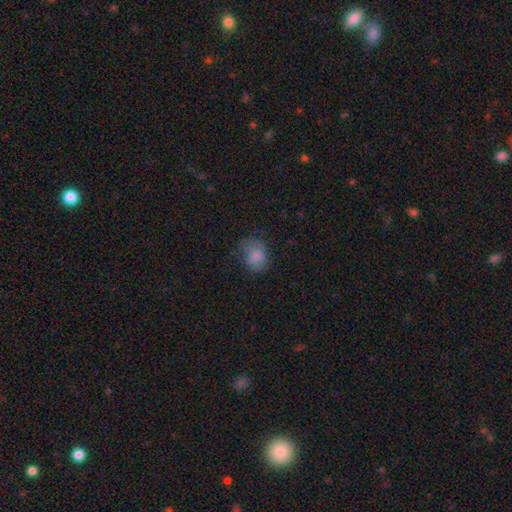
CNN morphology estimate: Q: Smooth or featured?
A: smooth (77%); runner-up: featured or disk (14%)
Q: How rounded?
A: in between (52%); runner-up: round (47%)
Q: Merging?
A: none (49%); runner-up: minor disturbance (30%)